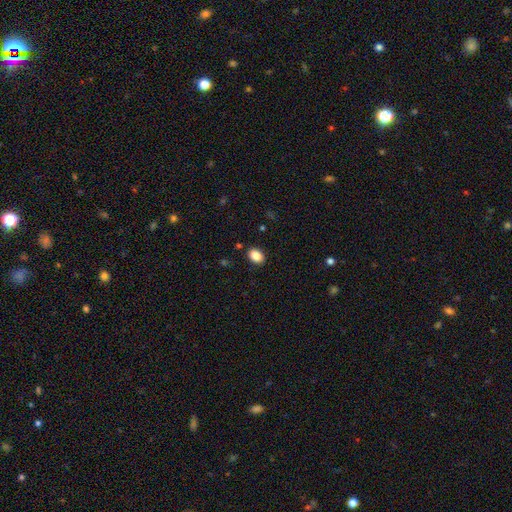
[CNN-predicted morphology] Q: Smooth or featured?
A: smooth (87%); runner-up: star or artifact (8%)
Q: How rounded?
A: in between (73%); runner-up: round (26%)
Q: Merging?
A: none (89%); runner-up: minor disturbance (8%)